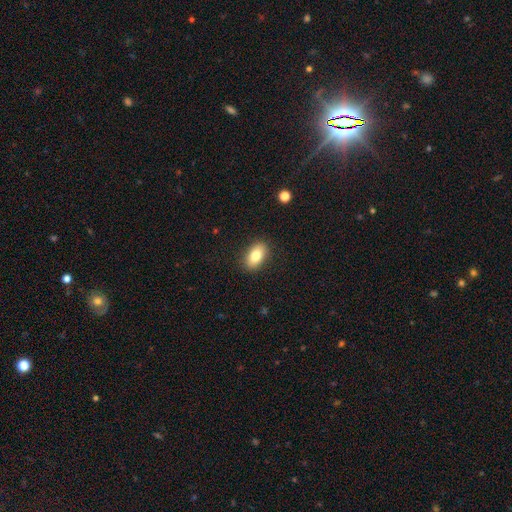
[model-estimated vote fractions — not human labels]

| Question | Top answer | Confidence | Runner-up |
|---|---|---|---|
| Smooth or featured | smooth | 80% | featured or disk (12%) |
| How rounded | in between | 90% | round (7%) |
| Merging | none | 88% | minor disturbance (8%) |